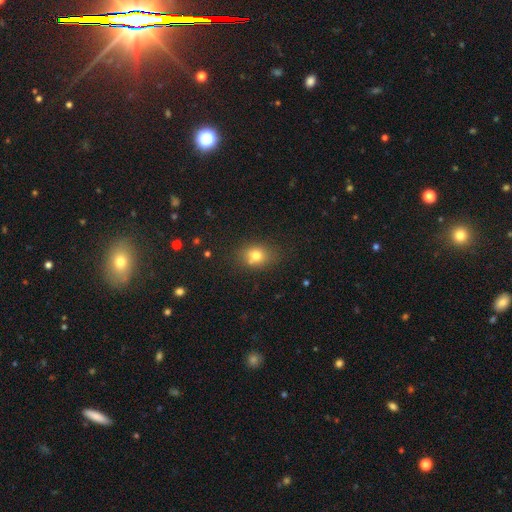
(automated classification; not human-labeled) Overall: smooth (75%). How rounded: in between (52%; round 47%). Merging: none (70%).